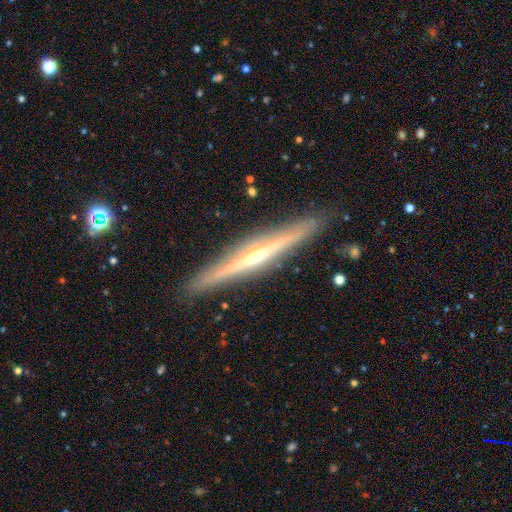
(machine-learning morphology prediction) Overall: featured or disk (78%). Edge-on disk: yes (97%). Edge-on bulge: rounded (66%; none 27%). Merging: none (90%).